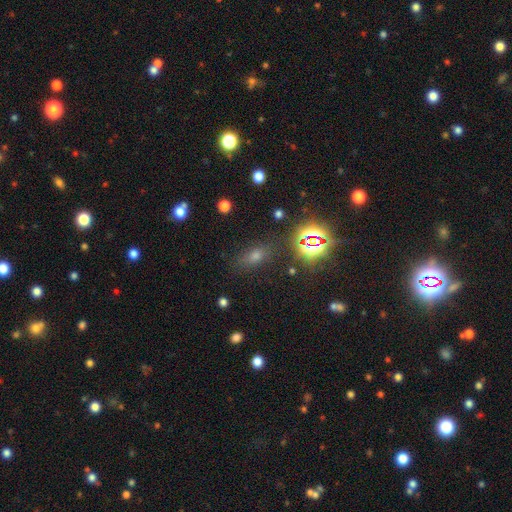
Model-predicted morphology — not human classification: Smooth or featured: smooth — 50% (star or artifact — 37%)
Merging: none — 81% (minor disturbance — 12%)